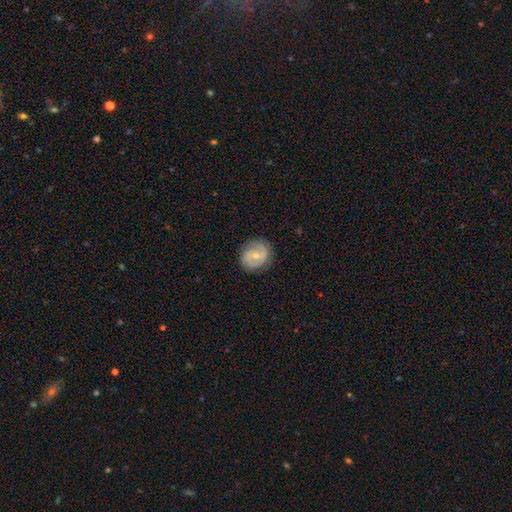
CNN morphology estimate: This is likely a featured or disk galaxy (62%). It is clearly not viewed edge-on (97%). Bar: possibly weak (45%). Spiral arm pattern: clearly yes (81%). Central bulge: possibly small (49%). Merging: clearly none (82%).